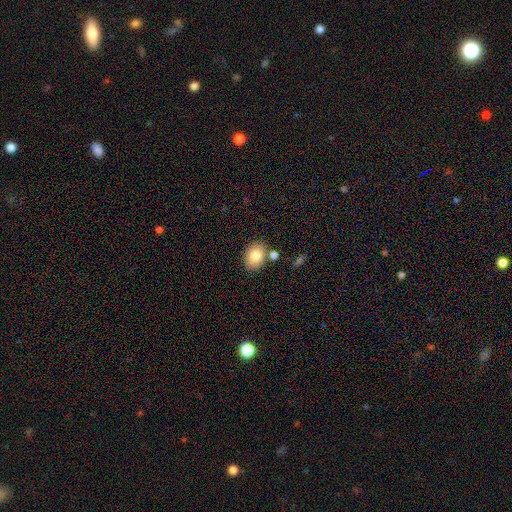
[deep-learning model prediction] smooth_or_featured: smooth (p=0.80) [alt: featured or disk p=0.11]
how_rounded: in between (p=0.66) [alt: round p=0.33]
merging: none (p=0.76) [alt: minor disturbance p=0.12]